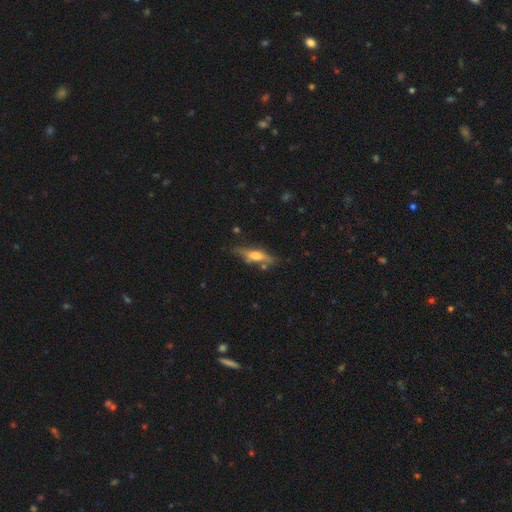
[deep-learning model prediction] The model was most divided on "smooth or featured": featured or disk: 54%, smooth: 39%, star or artifact: 7%. More confident: edge-on disk — yes (91%); merging — none (74%).